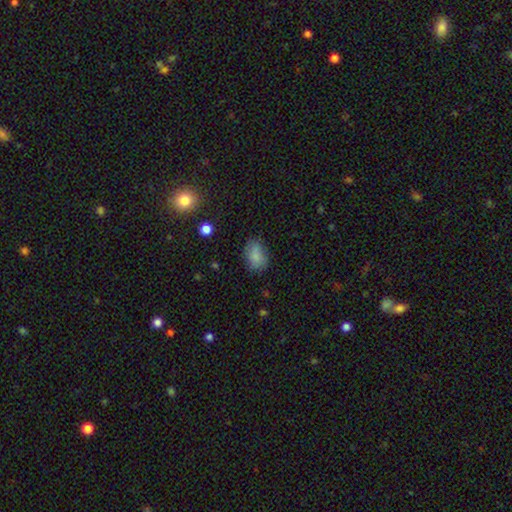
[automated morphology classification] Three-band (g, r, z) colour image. It shows a smooth galaxy with no disk features (81%) that is in between round and cigar-shaped (78%). Merging: none (70%).